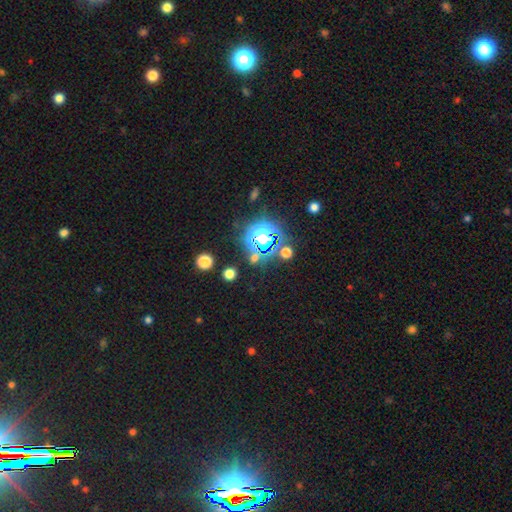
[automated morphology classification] Smooth or featured: star or artifact — 72% (smooth — 19%)